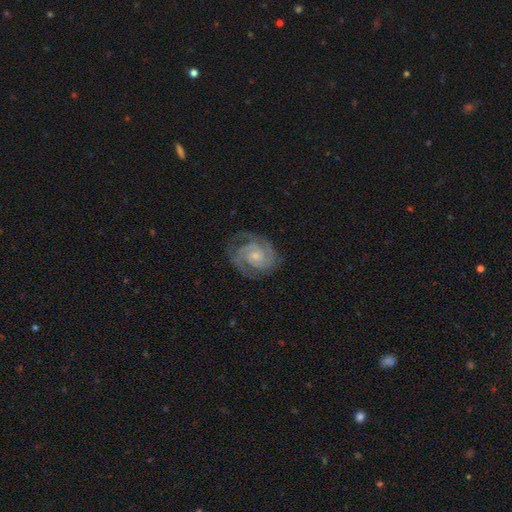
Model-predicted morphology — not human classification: Q: Smooth or featured?
A: featured or disk (91%); runner-up: smooth (4%)
Q: Edge-on disk?
A: no (98%); runner-up: yes (2%)
Q: Bar?
A: no (63%); runner-up: weak (30%)
Q: Spiral arms?
A: yes (98%); runner-up: no (2%)
Q: Spiral winding?
A: tight (68%); runner-up: medium (29%)
Q: Spiral arm count?
A: 2 (66%); runner-up: 3 (19%)
Q: Bulge size?
A: small (60%); runner-up: moderate (33%)
Q: Merging?
A: none (77%); runner-up: minor disturbance (16%)